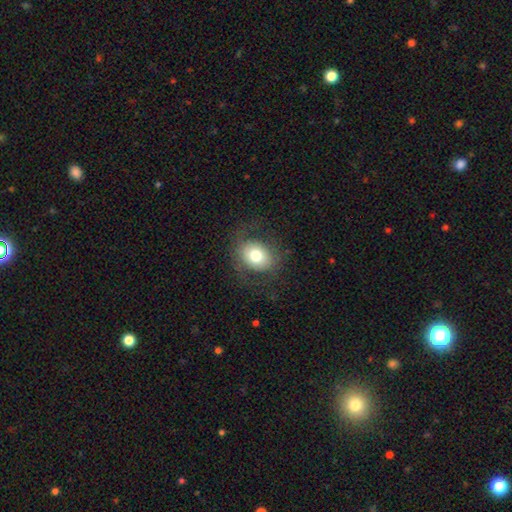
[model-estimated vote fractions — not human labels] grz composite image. It shows a smooth galaxy with no disk features (69%) that is round (54%). Merging: none (73%).